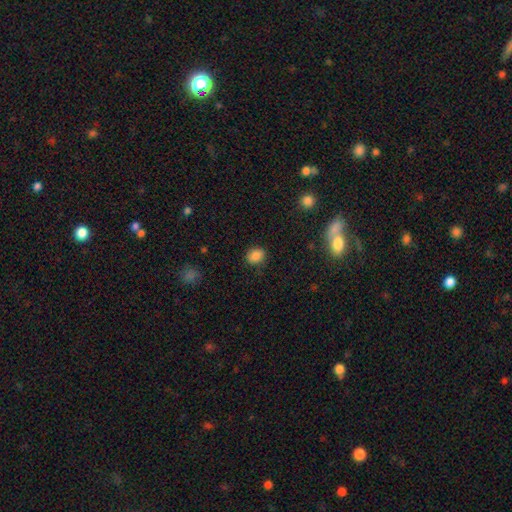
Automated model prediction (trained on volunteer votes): A smooth galaxy with no disk features (84%) that is round (57%). Merging: none (85%).